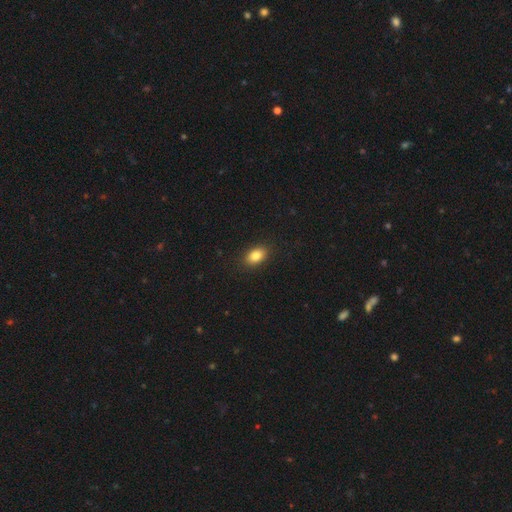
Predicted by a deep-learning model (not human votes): This is clearly a smooth galaxy (85%). How rounded: clearly in between (84%). Merging: clearly none (89%).